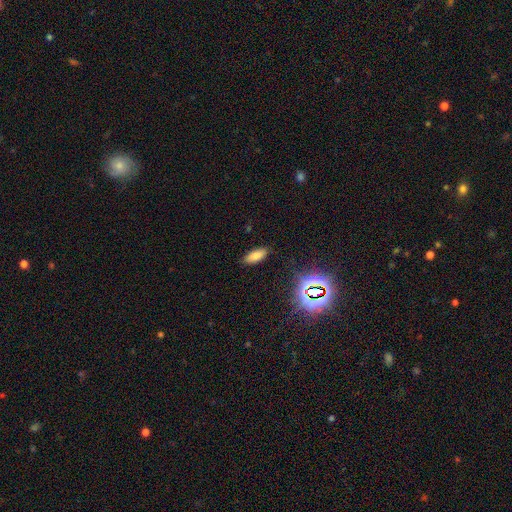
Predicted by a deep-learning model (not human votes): Smooth or featured: smooth — 75% (star or artifact — 17%)
How rounded: in between — 81% (cigar-shaped — 16%)
Merging: none — 87% (minor disturbance — 9%)